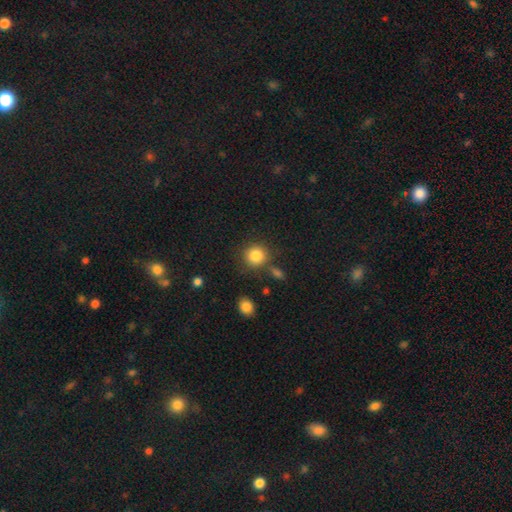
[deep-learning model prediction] Smooth or featured?
  - smooth: 84% *
  - star or artifact: 10%
  - featured or disk: 6%
How rounded?
  - round: 89% *
  - in between: 10%
  - cigar-shaped: 1%
Merging?
  - none: 78% *
  - minor disturbance: 10%
  - merger: 7%
  - major disturbance: 4%